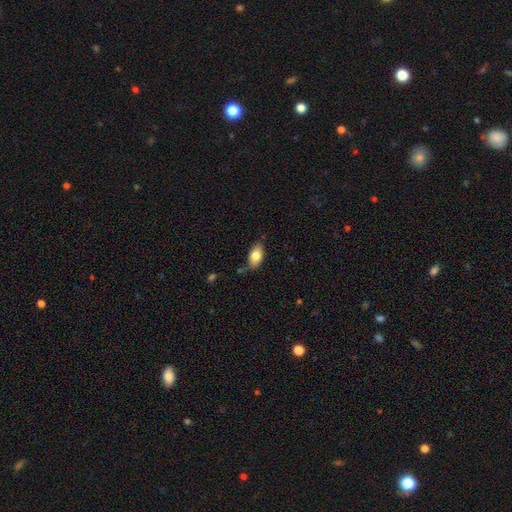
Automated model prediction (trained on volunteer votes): The model was most divided on "merging": none: 71%, minor disturbance: 20%, merger: 5%, major disturbance: 4%. More confident: how rounded — in between (90%); smooth or featured — smooth (81%).